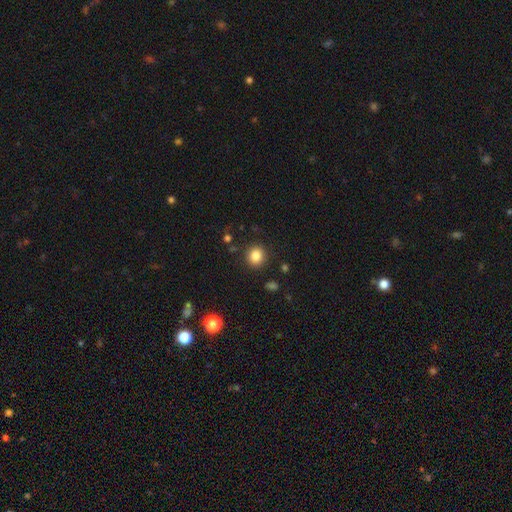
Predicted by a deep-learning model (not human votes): This is clearly a smooth galaxy (84%). How rounded: clearly round (87%). Merging: clearly none (89%).